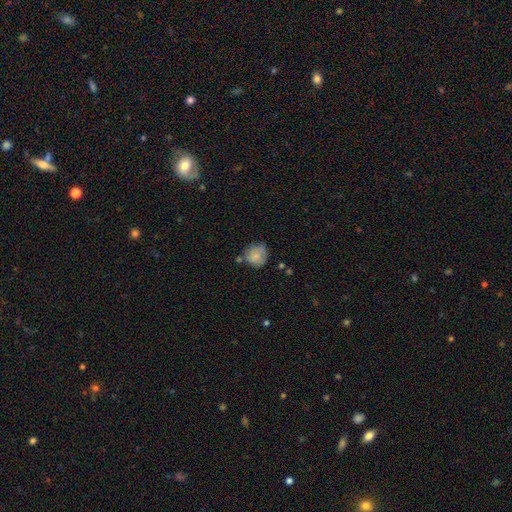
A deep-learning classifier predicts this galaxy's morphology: Smooth or featured?
  - smooth: 72% *
  - featured or disk: 20%
  - star or artifact: 8%
How rounded?
  - round: 80% *
  - in between: 19%
  - cigar-shaped: 1%
Merging?
  - none: 56% *
  - minor disturbance: 28%
  - major disturbance: 8%
  - merger: 8%